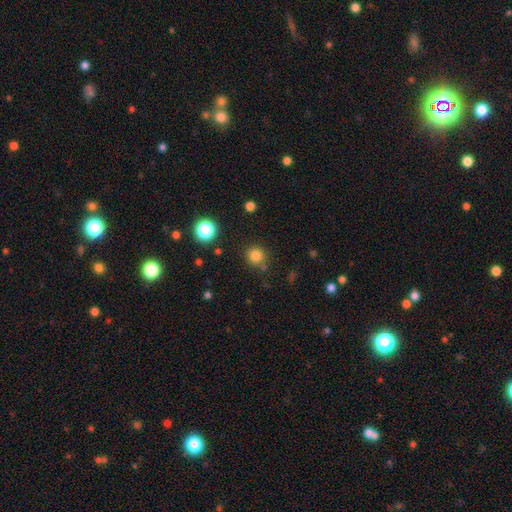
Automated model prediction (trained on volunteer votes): Overall: smooth (81%). How rounded: round (93%). Merging: none (83%).